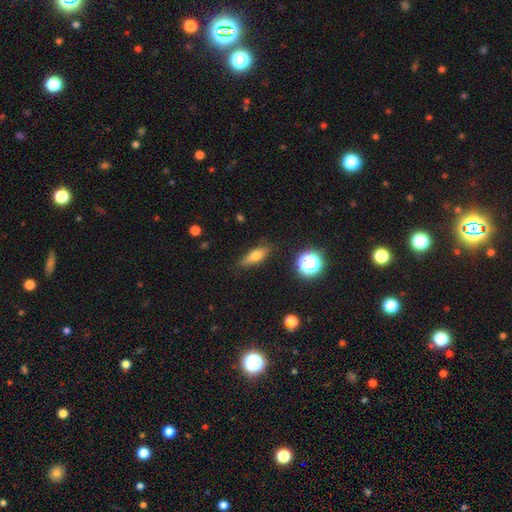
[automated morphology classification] smooth_or_featured: smooth (p=0.61) [alt: featured or disk p=0.29]
how_rounded: in between (p=0.49) [alt: cigar-shaped p=0.43]
merging: none (p=0.83) [alt: minor disturbance p=0.12]